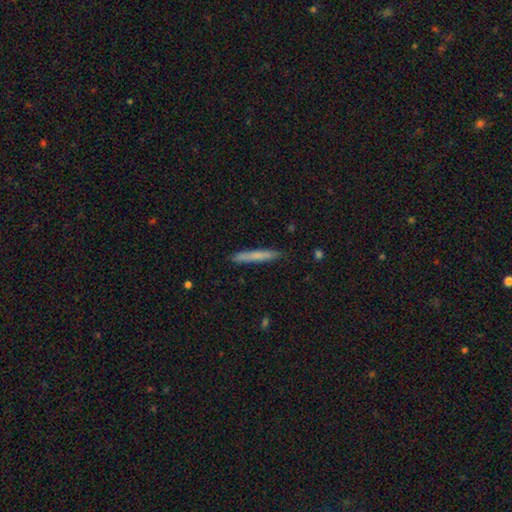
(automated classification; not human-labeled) Smooth or featured? smooth (72%)
How rounded? cigar-shaped (96%)
Merging? none (89%)